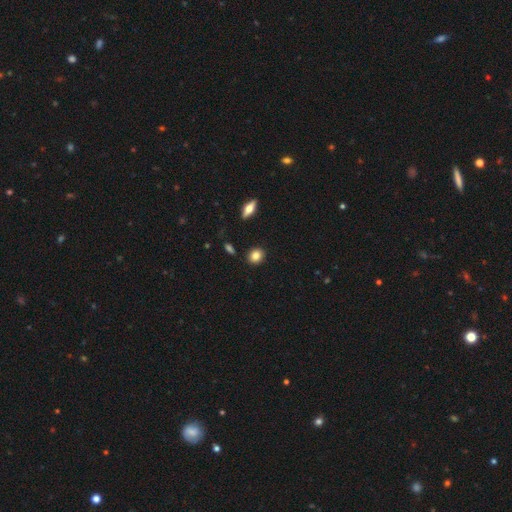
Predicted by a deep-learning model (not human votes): Morphology: type=smooth (85%); roundness=round (72%); merging=none (90%).